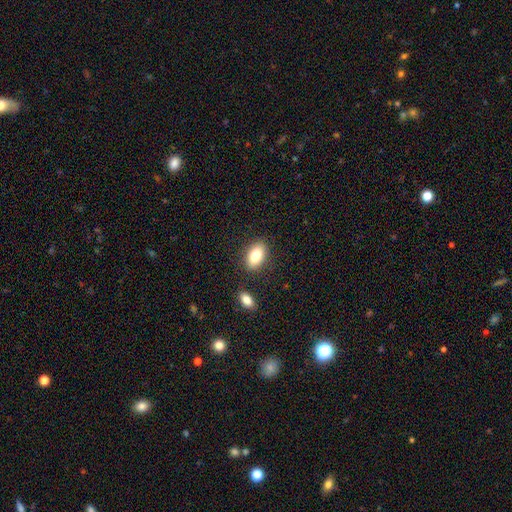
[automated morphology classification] Overall: smooth (80%). How rounded: in between (90%). Merging: none (83%).